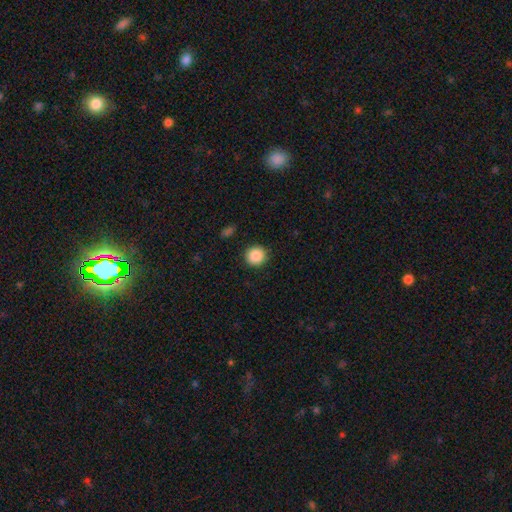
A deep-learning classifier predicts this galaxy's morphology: type=smooth (88%); roundness=round (92%); merging=none (91%).